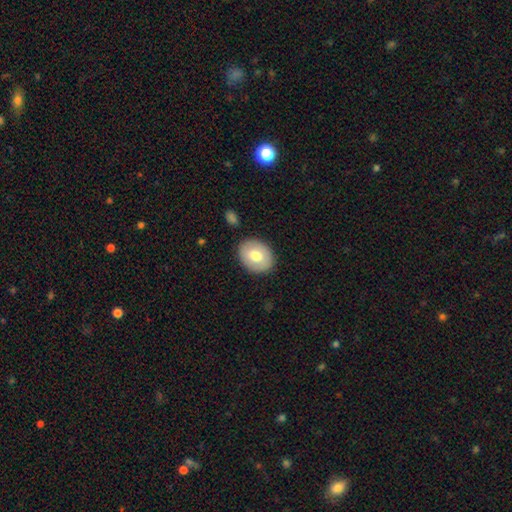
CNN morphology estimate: smooth_or_featured: smooth (p=0.70) [alt: featured or disk p=0.24]
how_rounded: in between (p=0.58) [alt: round p=0.42]
merging: none (p=0.86) [alt: minor disturbance p=0.09]